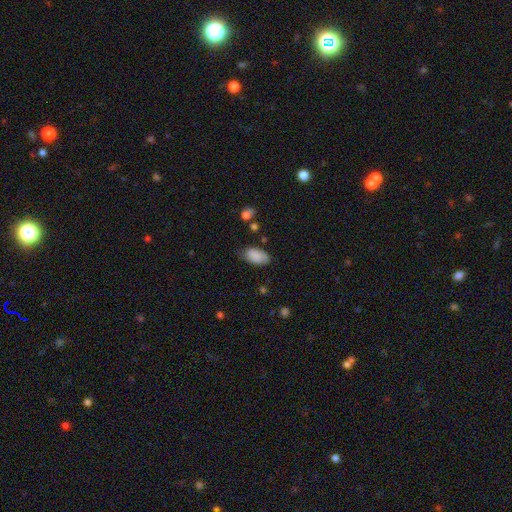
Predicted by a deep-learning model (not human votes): Q: Smooth or featured?
A: smooth (85%); runner-up: featured or disk (8%)
Q: How rounded?
A: in between (94%); runner-up: round (4%)
Q: Merging?
A: none (66%); runner-up: minor disturbance (26%)